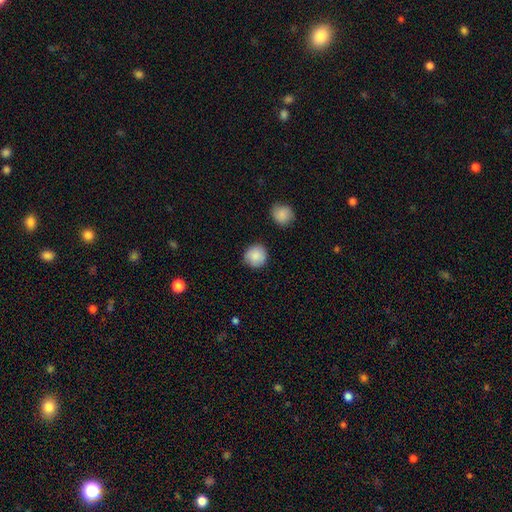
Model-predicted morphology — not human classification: A smooth galaxy with no disk features (88%) that is round (93%). Merging: none (86%).